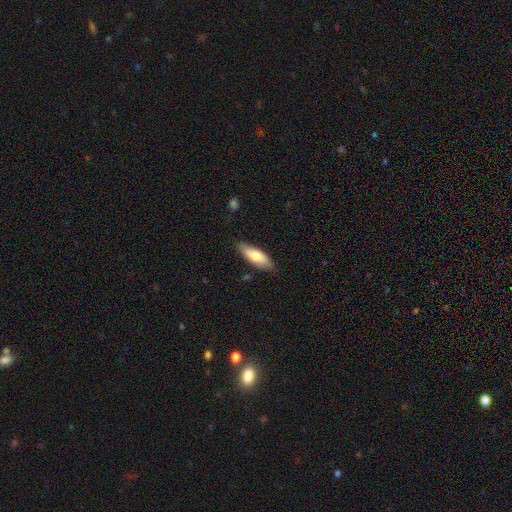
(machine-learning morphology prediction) smooth-or-featured: smooth: 72% | featured or disk: 22% | star or artifact: 6%
  how-rounded: in between: 65% | cigar-shaped: 33% | round: 2%
  merging: none: 82% | minor disturbance: 15% | major disturbance: 2% | merger: 1%